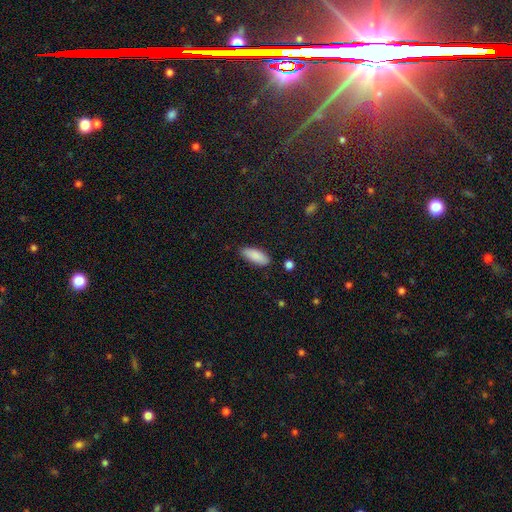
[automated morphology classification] A smooth galaxy with no disk features (88%) that is in between round and cigar-shaped (77%). Merging: none (85%).